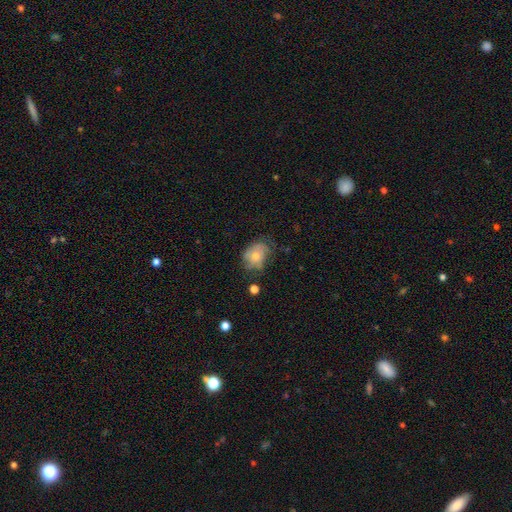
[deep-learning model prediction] smooth_or_featured: smooth (p=0.63) [alt: featured or disk p=0.28]
how_rounded: in between (p=0.60) [alt: round p=0.39]
merging: none (p=0.43) [alt: minor disturbance p=0.34]